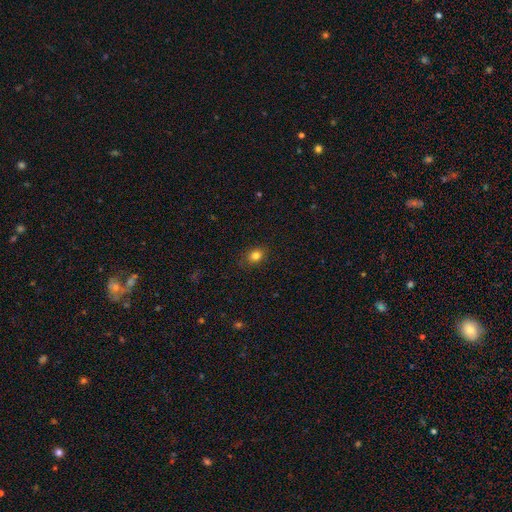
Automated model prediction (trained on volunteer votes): Smooth or featured? Predicted: smooth (p=0.81). How rounded? Predicted: round (p=0.52). Merging? Predicted: none (p=0.86).